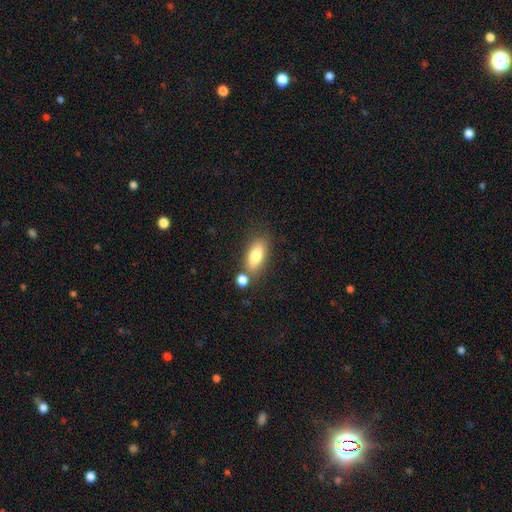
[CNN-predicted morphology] The model was most divided on "merging": none: 68%, merger: 15%, minor disturbance: 13%, major disturbance: 4%. More confident: smooth or featured — smooth (79%); how rounded — in between (77%).